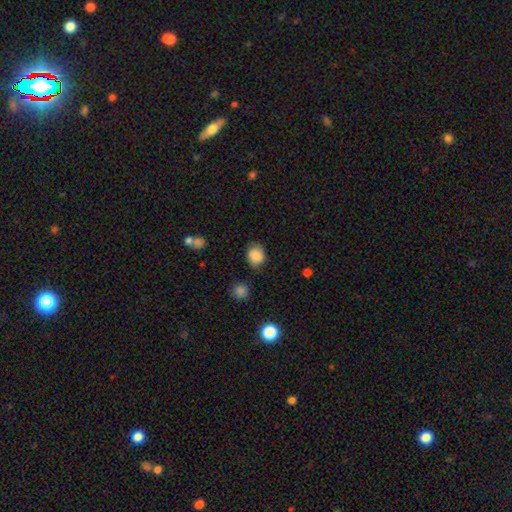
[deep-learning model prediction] The model was most divided on "how rounded": round: 57%, in between: 42%, cigar-shaped: 1%. More confident: smooth or featured — smooth (86%); merging — none (79%).